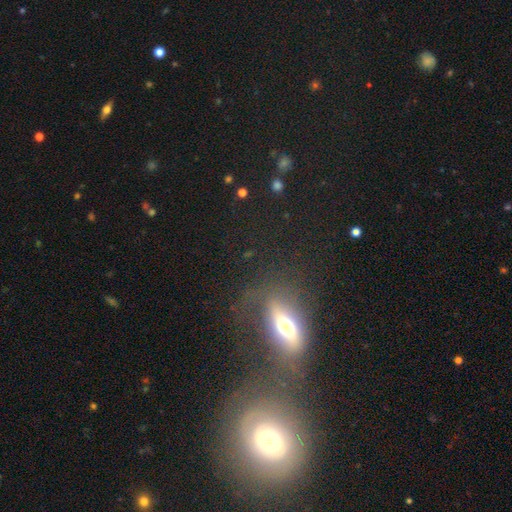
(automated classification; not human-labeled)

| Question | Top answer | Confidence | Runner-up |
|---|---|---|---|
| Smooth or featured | smooth | 40% | featured or disk (38%) |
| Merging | none | 42% | merger (39%) |